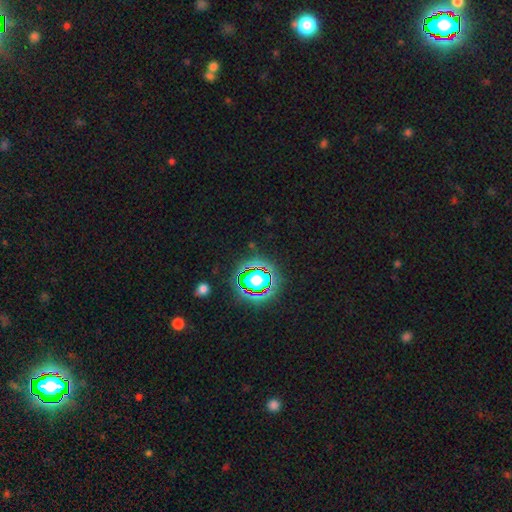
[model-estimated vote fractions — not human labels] Smooth or featured? star or artifact (74%)